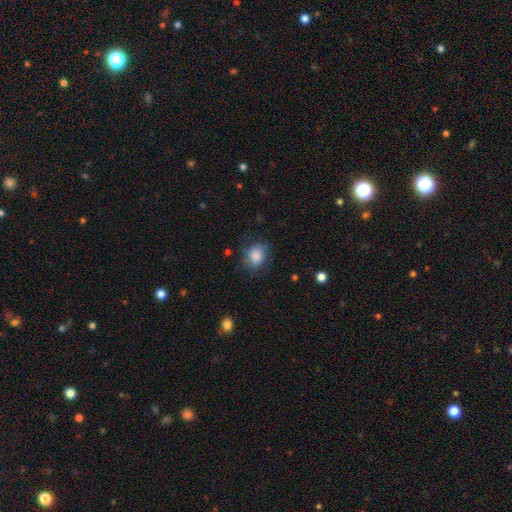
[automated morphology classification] The model was most divided on "how rounded": in between: 51%, round: 48%, cigar-shaped: 1%. More confident: smooth or featured — smooth (83%); merging — none (70%).